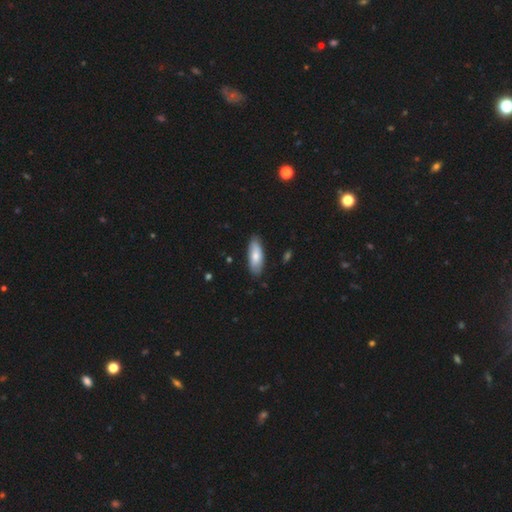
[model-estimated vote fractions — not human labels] smooth-or-featured: smooth: 75% | featured or disk: 20% | star or artifact: 5%
  how-rounded: in between: 74% | cigar-shaped: 24% | round: 2%
  merging: none: 83% | minor disturbance: 14% | major disturbance: 2% | merger: 1%